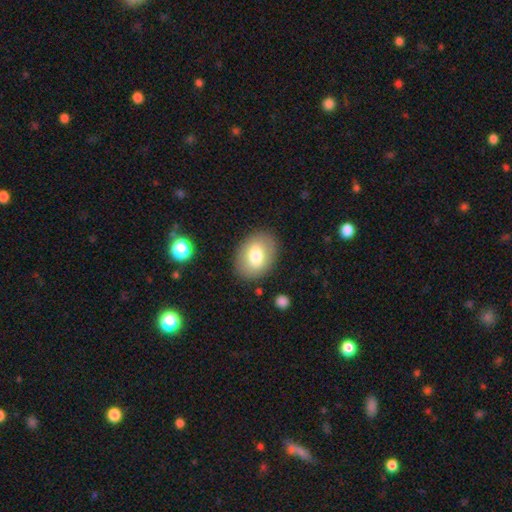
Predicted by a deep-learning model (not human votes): This is likely a smooth galaxy (73%). How rounded: likely in between (74%). Merging: clearly none (85%).